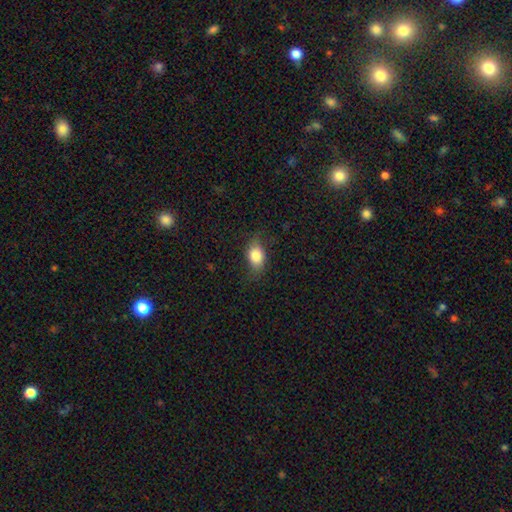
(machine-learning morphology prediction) Smooth or featured? smooth (80%)
How rounded? in between (82%)
Merging? none (72%)